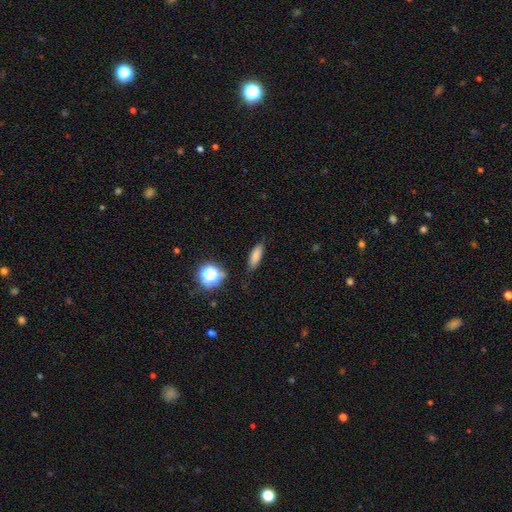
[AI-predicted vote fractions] Smooth or featured? Predicted: smooth (p=0.78). How rounded? Predicted: in between (p=0.53). Merging? Predicted: none (p=0.81).